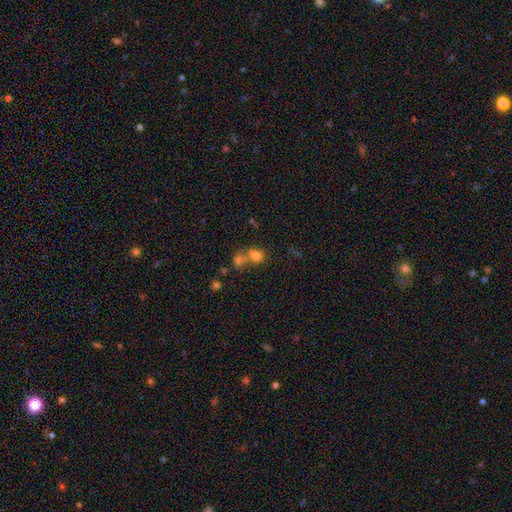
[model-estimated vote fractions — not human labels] Smooth or featured?
  - smooth: 68% *
  - star or artifact: 17%
  - featured or disk: 15%
How rounded?
  - round: 71% *
  - in between: 28%
  - cigar-shaped: 1%
Merging?
  - merger: 55% *
  - none: 33%
  - minor disturbance: 7%
  - major disturbance: 4%